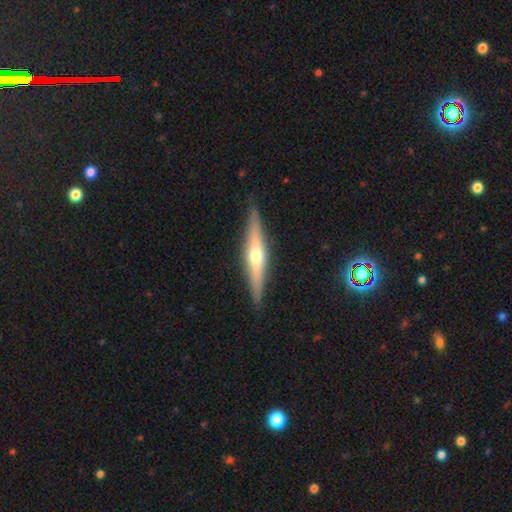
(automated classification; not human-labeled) Smooth or featured?
  - featured or disk: 67% *
  - smooth: 27%
  - star or artifact: 6%
Edge-on disk?
  - yes: 96% *
  - no: 4%
Edge-on bulge?
  - rounded: 88% *
  - none: 8%
  - boxy: 4%
Merging?
  - none: 90% *
  - minor disturbance: 7%
  - major disturbance: 2%
  - merger: 1%